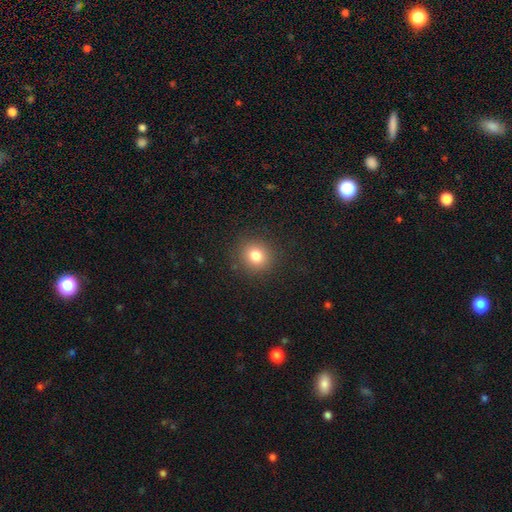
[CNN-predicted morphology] Smooth or featured? Predicted: smooth (p=0.80). How rounded? Predicted: round (p=0.86). Merging? Predicted: none (p=0.90).